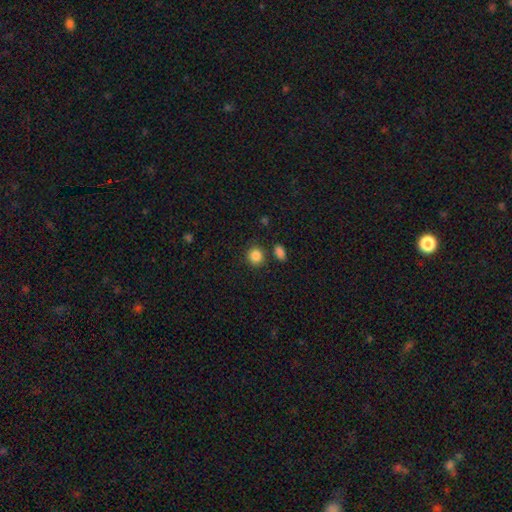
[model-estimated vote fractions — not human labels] A smooth galaxy with no disk features (87%) that is round (83%).

Vote fractions:
- Smooth or featured? smooth: 87% / star or artifact: 10% / featured or disk: 4%
- How rounded? round: 83% / in between: 16% / cigar-shaped: 1%
- Merging? none: 80% / minor disturbance: 9% / merger: 7% / major disturbance: 3%